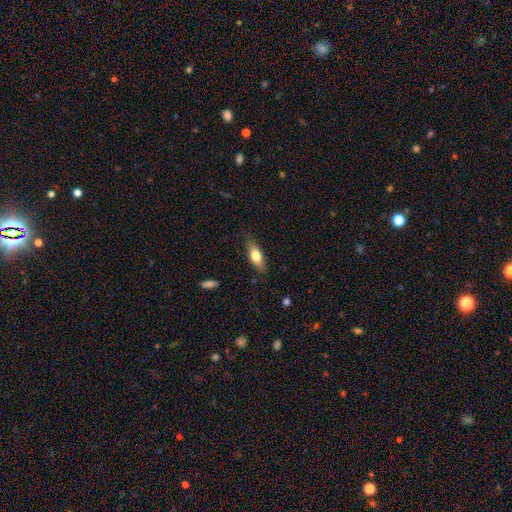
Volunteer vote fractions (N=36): Q: Smooth or featured?
A: smooth (75%); runner-up: featured or disk (22%)
Q: How rounded?
A: in between (56%); runner-up: cigar-shaped (41%)
Q: Merging?
A: none (80%); runner-up: minor disturbance (17%)